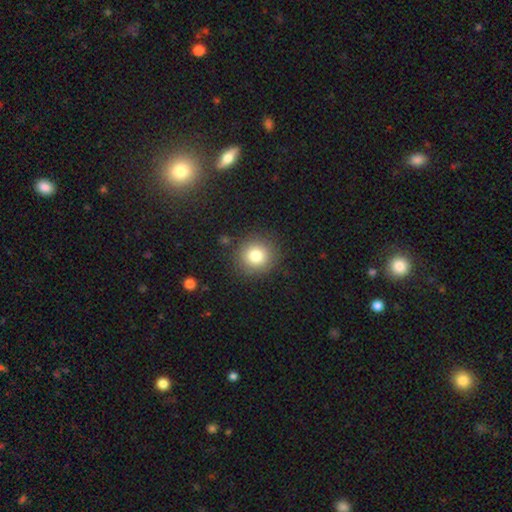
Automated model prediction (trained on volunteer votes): The model was most divided on "smooth or featured": smooth: 81%, star or artifact: 11%, featured or disk: 8%. More confident: how rounded — round (90%); merging — none (87%).